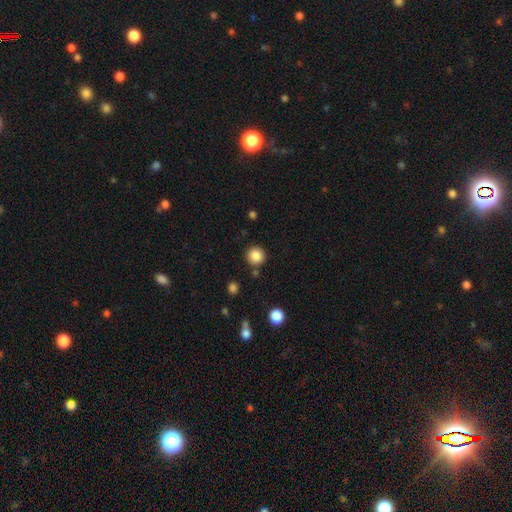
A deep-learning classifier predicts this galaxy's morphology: Smooth or featured? smooth (85%)
How rounded? round (93%)
Merging? none (86%)